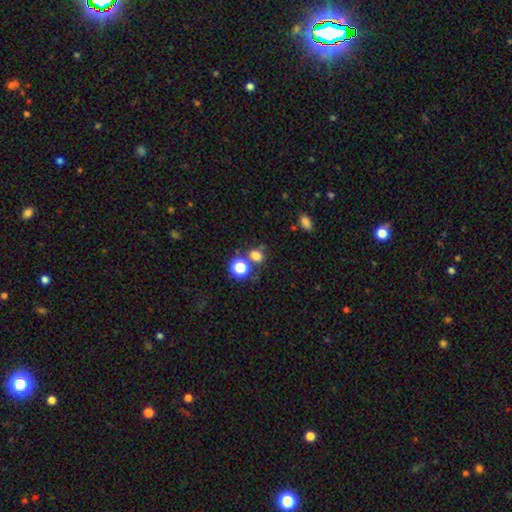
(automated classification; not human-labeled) Smooth or featured?
  - smooth: 74% *
  - star or artifact: 20%
  - featured or disk: 6%
How rounded?
  - round: 59% *
  - in between: 40%
  - cigar-shaped: 1%
Merging?
  - none: 63% *
  - merger: 20%
  - minor disturbance: 12%
  - major disturbance: 5%